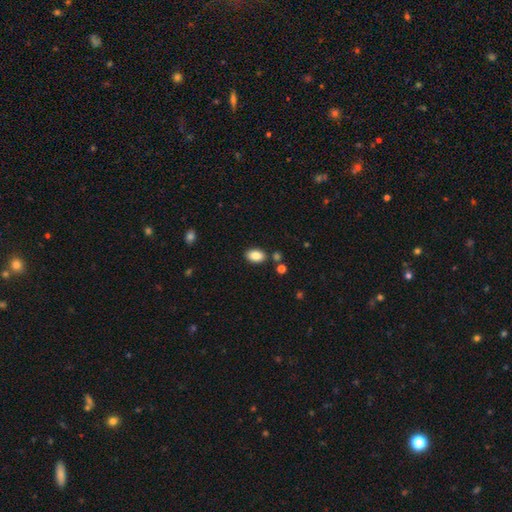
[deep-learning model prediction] The model was most divided on "merging": none: 83%, minor disturbance: 10%, merger: 5%, major disturbance: 2%. More confident: how rounded — in between (90%); smooth or featured — smooth (86%).